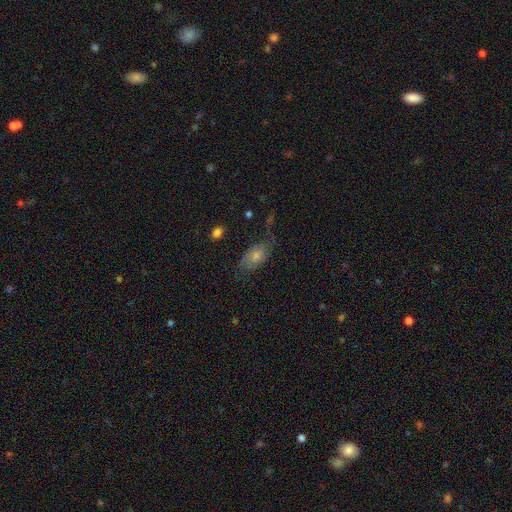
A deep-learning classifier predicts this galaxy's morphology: The model was most divided on "merging": none: 45%, minor disturbance: 29%, major disturbance: 23%, merger: 3%. More confident: how rounded — in between (89%); smooth or featured — smooth (58%).